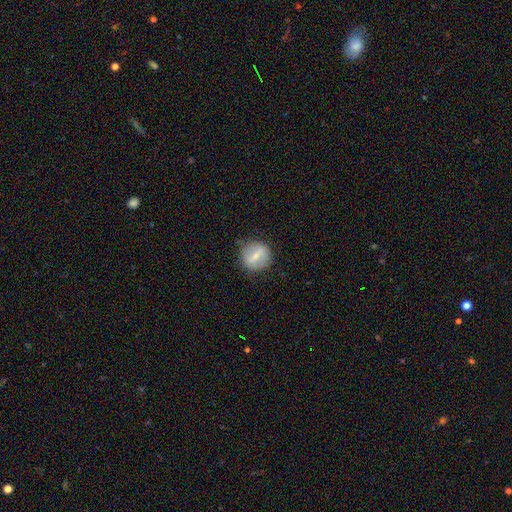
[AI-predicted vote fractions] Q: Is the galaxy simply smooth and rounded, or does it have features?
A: smooth — 53%.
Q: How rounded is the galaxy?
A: round — 87%.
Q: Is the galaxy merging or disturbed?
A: none — 84%.